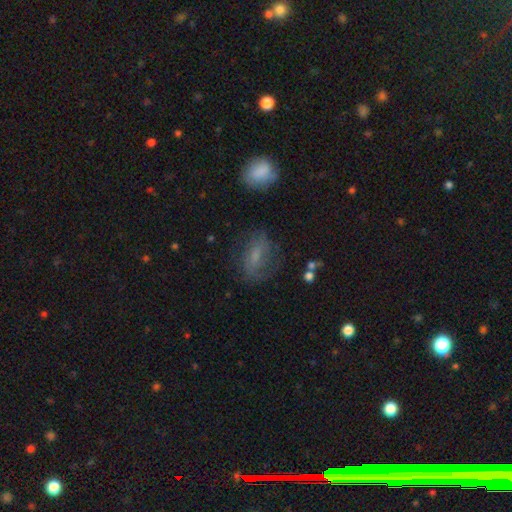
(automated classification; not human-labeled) The model was most divided on "smooth or featured": smooth: 52%, featured or disk: 36%, star or artifact: 12%. More confident: how rounded — in between (76%); merging — none (63%).